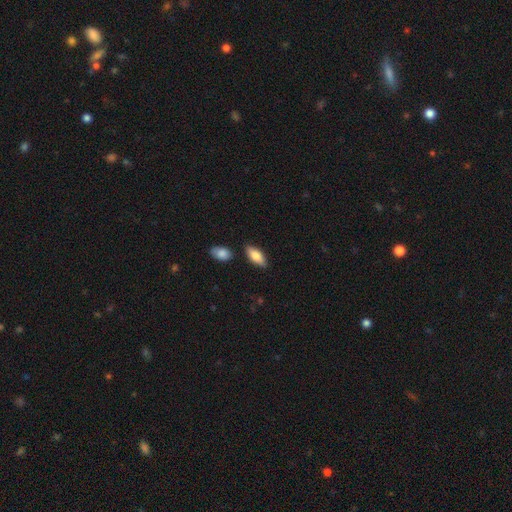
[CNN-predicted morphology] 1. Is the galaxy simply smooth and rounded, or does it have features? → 81% smooth, 13% featured or disk, 6% star or artifact.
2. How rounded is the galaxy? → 85% in between, 12% cigar-shaped, 2% round.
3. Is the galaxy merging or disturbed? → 82% none, 11% minor disturbance, 4% merger, 2% major disturbance.